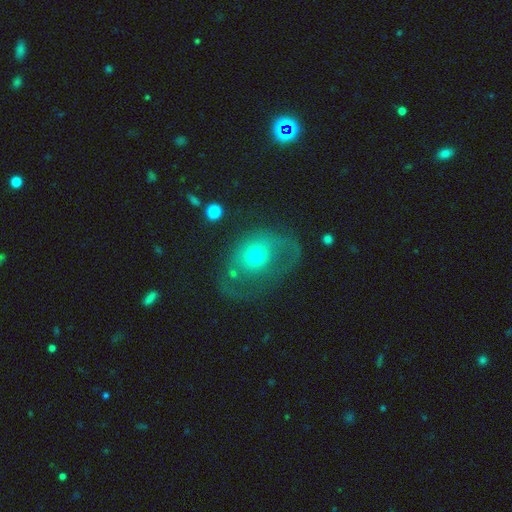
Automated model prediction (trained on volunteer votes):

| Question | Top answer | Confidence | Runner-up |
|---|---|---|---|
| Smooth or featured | featured or disk | 50% | smooth (40%) |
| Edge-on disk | no | 95% | yes (5%) |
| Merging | none | 45% | major disturbance (30%) |